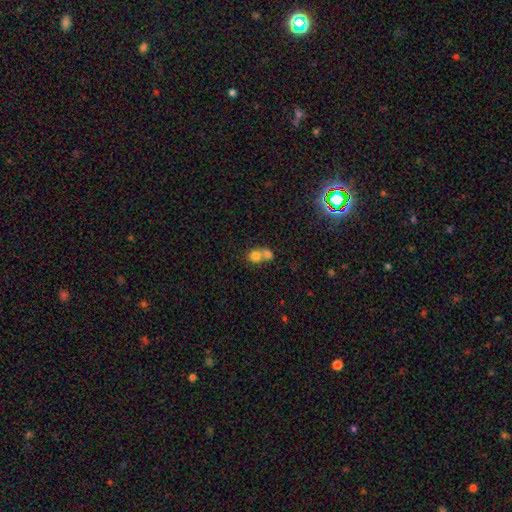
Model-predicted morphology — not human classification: Smooth or featured? smooth (78%)
How rounded? round (76%)
Merging? merger (63%)